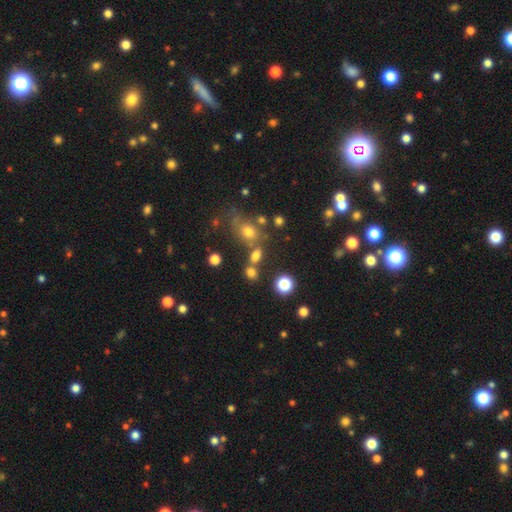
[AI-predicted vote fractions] Smooth or featured?
  - smooth: 69% *
  - star or artifact: 20%
  - featured or disk: 11%
How rounded?
  - in between: 55% *
  - round: 42%
  - cigar-shaped: 3%
Merging?
  - none: 55% *
  - merger: 26%
  - minor disturbance: 13%
  - major disturbance: 7%